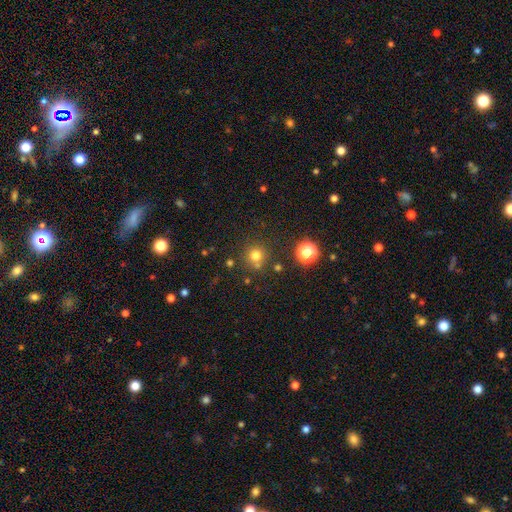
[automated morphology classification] Smooth or featured: smooth — 74% (star or artifact — 19%)
How rounded: round — 94% (in between — 6%)
Merging: none — 78% (merger — 10%)